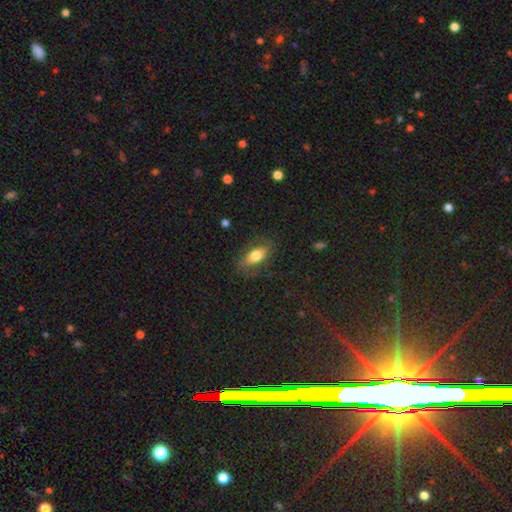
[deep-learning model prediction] Smooth or featured? smooth (68%)
How rounded? in between (83%)
Merging? none (78%)